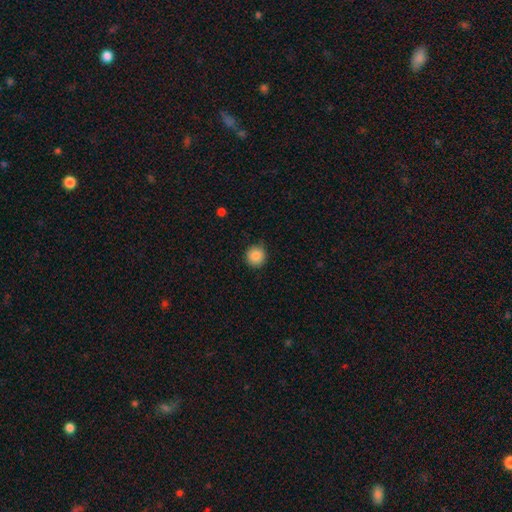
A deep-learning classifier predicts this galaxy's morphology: Q: Smooth or featured?
A: smooth (87%); runner-up: star or artifact (9%)
Q: How rounded?
A: round (93%); runner-up: in between (7%)
Q: Merging?
A: none (84%); runner-up: minor disturbance (13%)